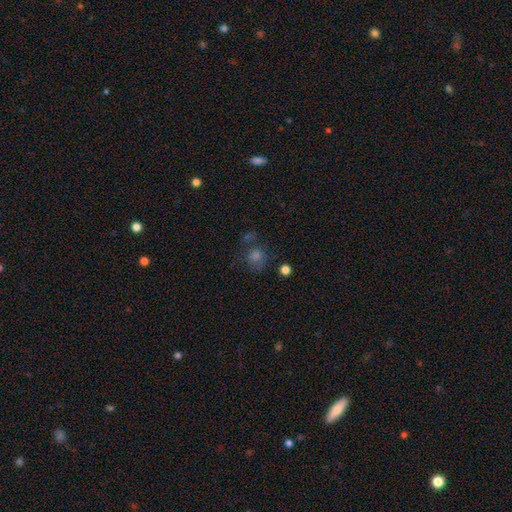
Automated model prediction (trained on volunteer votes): smooth_or_featured: smooth (p=0.53) [alt: star or artifact p=0.31]
how_rounded: round (p=0.80) [alt: in between p=0.19]
merging: none (p=0.63) [alt: minor disturbance p=0.16]